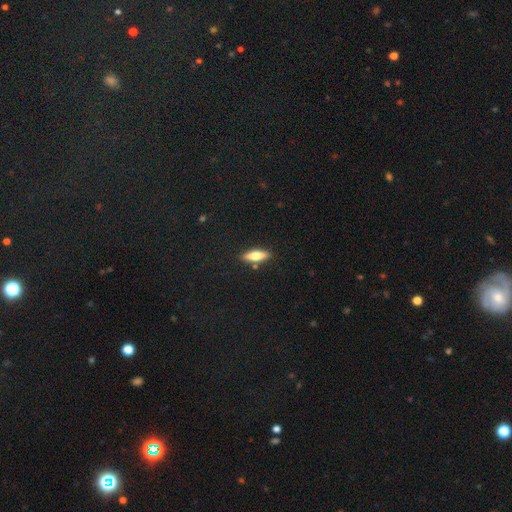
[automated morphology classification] This appears to be a smooth galaxy with no disk features (60%) that is cigar-shaped (54%). Merging: none (85%).